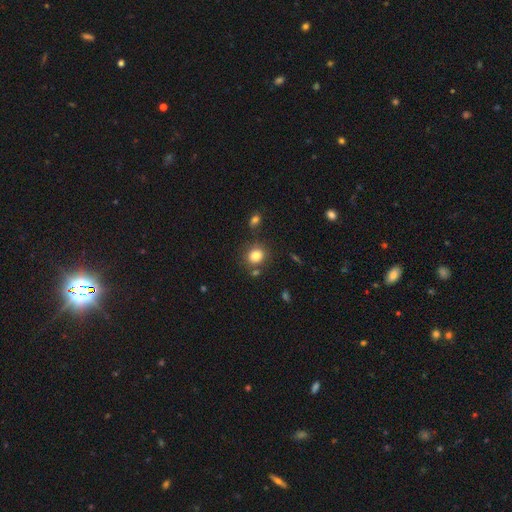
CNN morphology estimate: type=smooth (81%); roundness=round (77%); merging=none (77%).